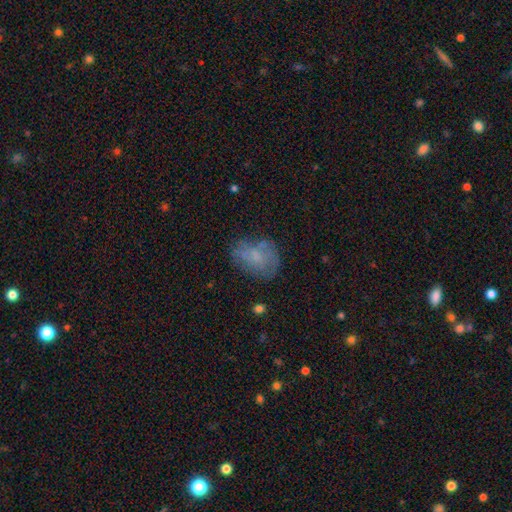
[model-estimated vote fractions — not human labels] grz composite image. It shows a smooth galaxy with no disk features (54%) that is in between round and cigar-shaped (71%). Merging: none (55%).